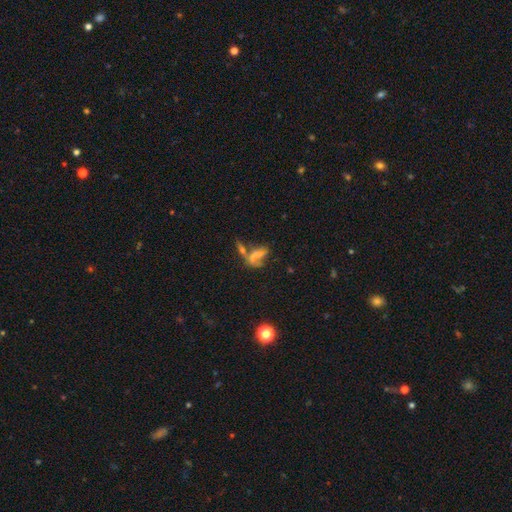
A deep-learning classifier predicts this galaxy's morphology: Smooth or featured? smooth (47%)
Merging? merger (43%)